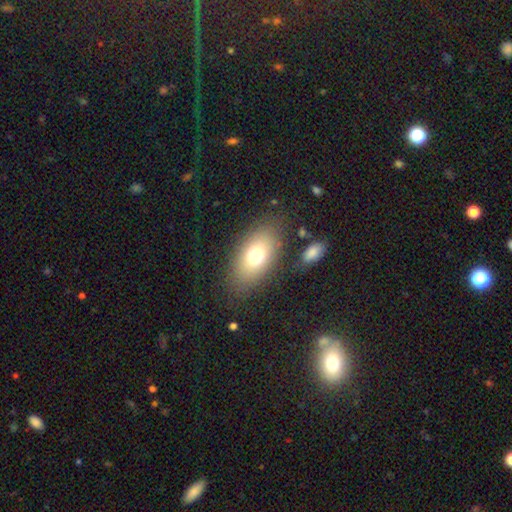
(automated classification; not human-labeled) smooth-or-featured: smooth: 72% | featured or disk: 17% | star or artifact: 11%
  how-rounded: in between: 86% | round: 11% | cigar-shaped: 3%
  merging: none: 79% | minor disturbance: 11% | major disturbance: 6% | merger: 4%